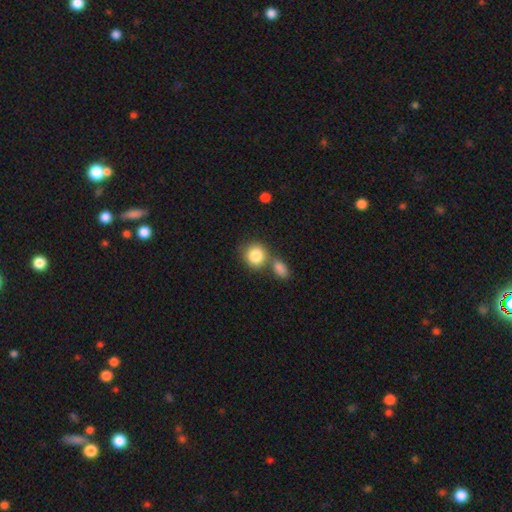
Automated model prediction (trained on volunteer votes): Smooth or featured? Predicted: smooth (p=0.84). How rounded? Predicted: round (p=0.80). Merging? Predicted: none (p=0.51).